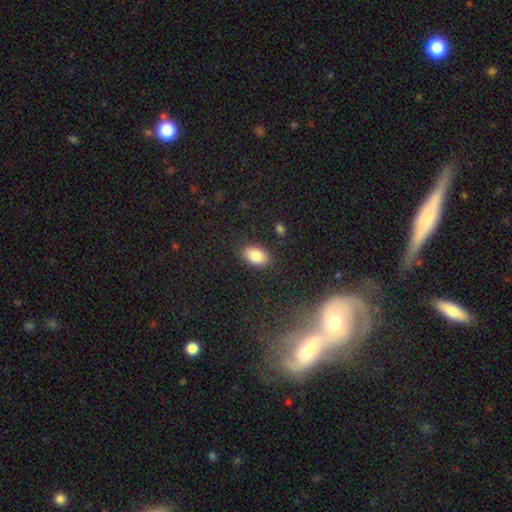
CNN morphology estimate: Smooth or featured? smooth (85%)
How rounded? in between (90%)
Merging? none (85%)